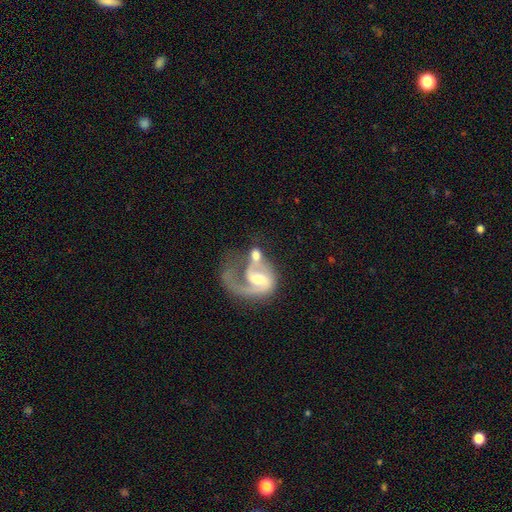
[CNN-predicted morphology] This appears to be a featured or disk galaxy (78%) with a weak bar (48%), 1 (49%) medium (43%) spiral arms (91%) and a moderate central bulge (59%). Merging: merger (44%).